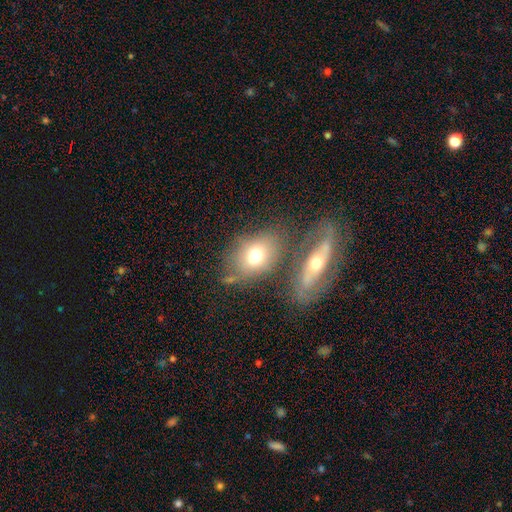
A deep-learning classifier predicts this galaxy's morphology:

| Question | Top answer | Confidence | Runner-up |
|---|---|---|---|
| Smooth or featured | smooth | 67% | featured or disk (23%) |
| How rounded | in between | 67% | round (31%) |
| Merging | none | 54% | merger (23%) |